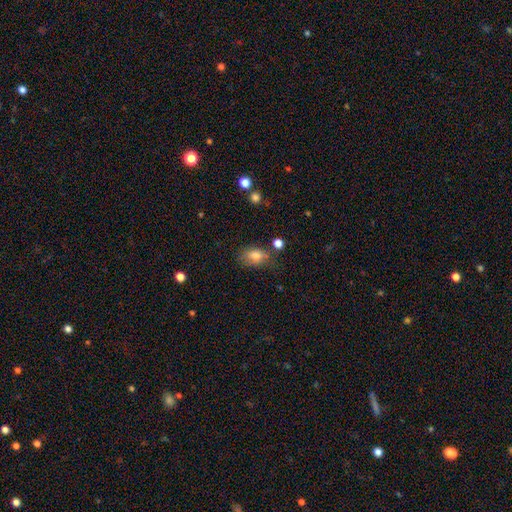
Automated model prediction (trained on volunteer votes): Overall: smooth (75%). How rounded: in between (83%). Merging: none (64%).